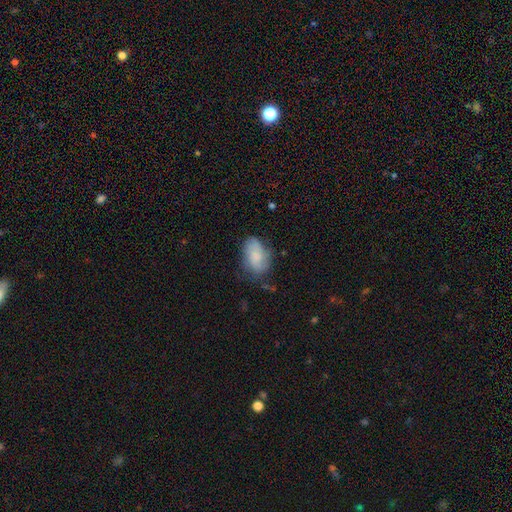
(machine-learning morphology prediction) This is possibly a smooth galaxy (58%). How rounded: clearly in between (90%). Merging: possibly none (59%).